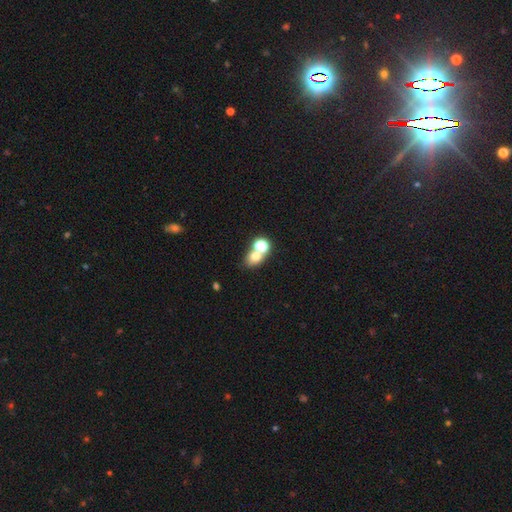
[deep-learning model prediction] This appears to be a smooth galaxy with no disk features (68%) that is round (53%). Merging: merger (47%).